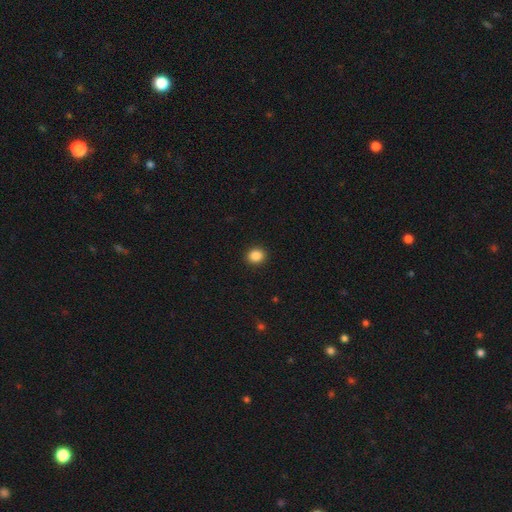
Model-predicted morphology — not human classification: Overall: smooth (87%). How rounded: round (72%). Merging: none (92%).